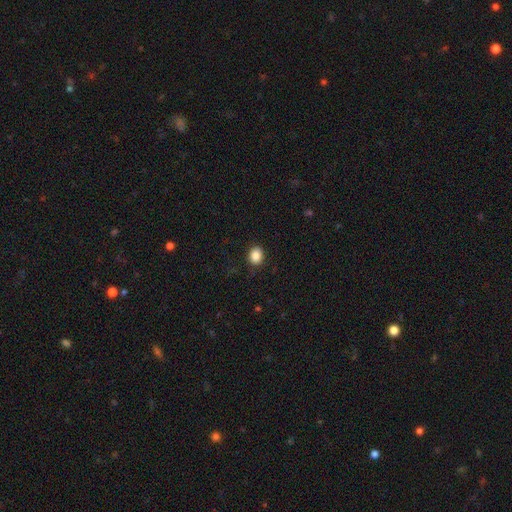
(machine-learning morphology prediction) Overall: smooth (87%). How rounded: round (50%; in between 49%). Merging: none (86%).